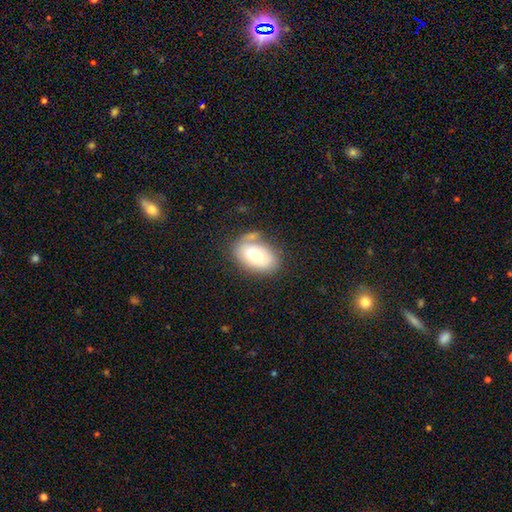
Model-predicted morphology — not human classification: smooth_or_featured: smooth (p=0.72) [alt: featured or disk p=0.21]
how_rounded: in between (p=0.89) [alt: round p=0.09]
merging: none (p=0.61) [alt: minor disturbance p=0.20]